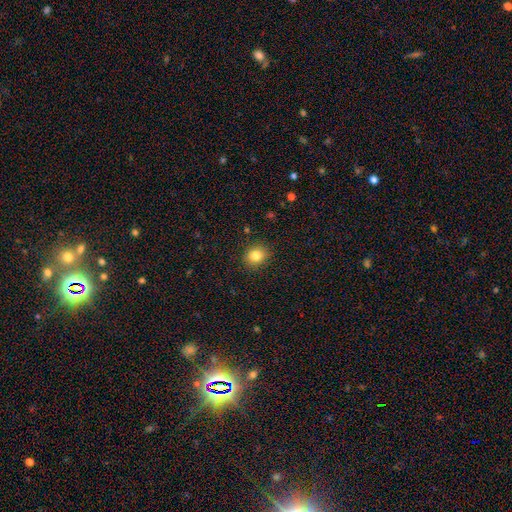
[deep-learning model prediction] Q: Smooth or featured?
A: smooth (82%); runner-up: star or artifact (11%)
Q: How rounded?
A: round (69%); runner-up: in between (30%)
Q: Merging?
A: none (89%); runner-up: minor disturbance (7%)